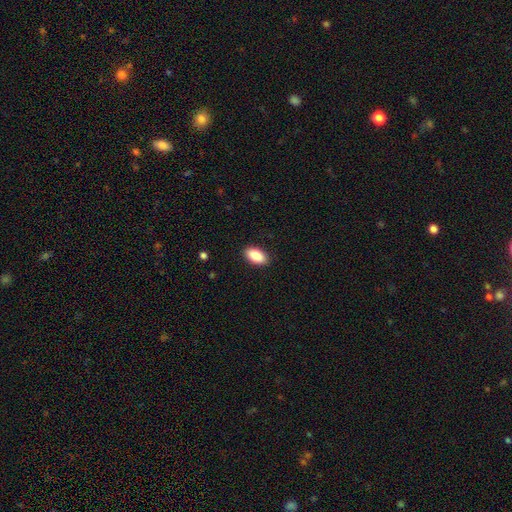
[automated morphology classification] Smooth or featured? Predicted: smooth (p=0.88). How rounded? Predicted: in between (p=0.93). Merging? Predicted: none (p=0.90).